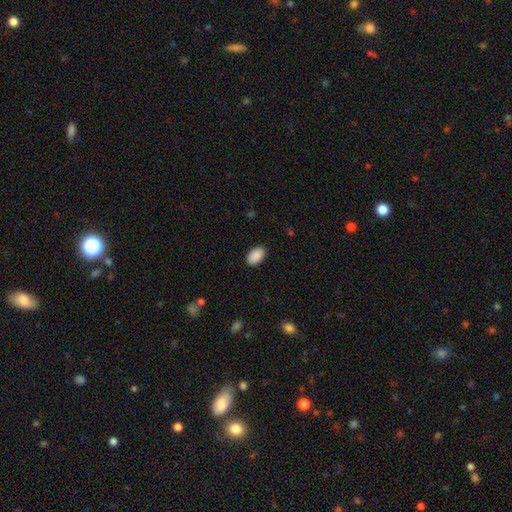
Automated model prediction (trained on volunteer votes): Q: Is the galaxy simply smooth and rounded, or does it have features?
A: smooth — 90%.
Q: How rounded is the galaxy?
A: in between — 93%.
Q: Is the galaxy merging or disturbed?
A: none — 88%.